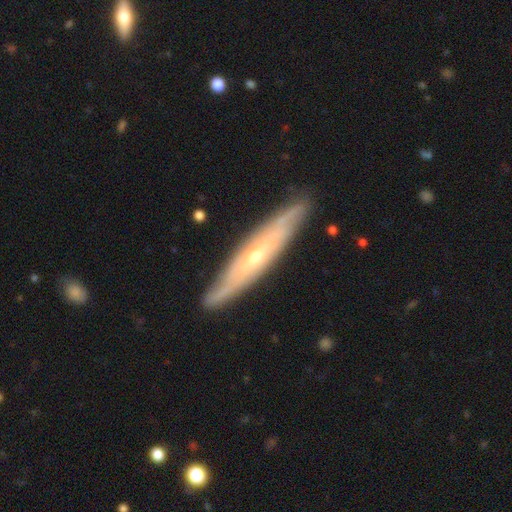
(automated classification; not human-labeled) smooth-or-featured: featured or disk: 75% | smooth: 20% | star or artifact: 5%
  disk-edge-on: yes: 61% | no: 39%
  merging: none: 84% | minor disturbance: 12% | major disturbance: 2% | merger: 1%